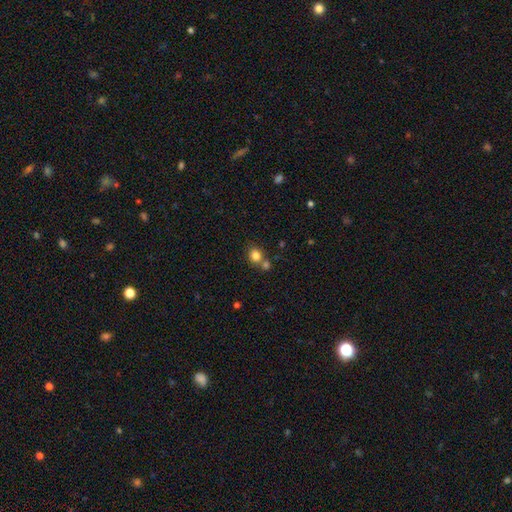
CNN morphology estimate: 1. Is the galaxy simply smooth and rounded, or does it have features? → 81% smooth, 12% star or artifact, 7% featured or disk.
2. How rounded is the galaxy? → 72% round, 27% in between, 1% cigar-shaped.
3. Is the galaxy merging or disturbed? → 58% none, 29% merger, 10% minor disturbance, 3% major disturbance.